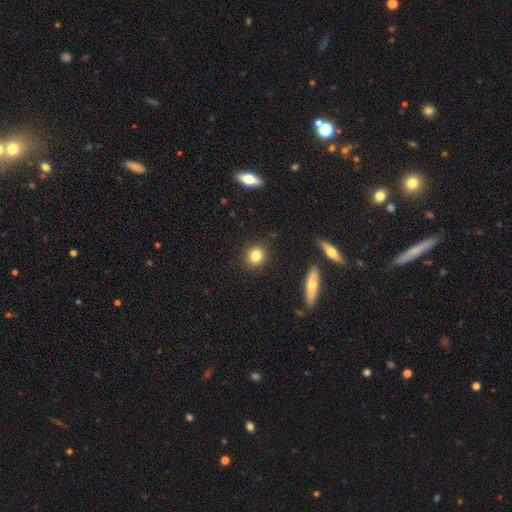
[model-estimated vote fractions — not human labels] smooth-or-featured: smooth: 83% | star or artifact: 9% | featured or disk: 7%
  how-rounded: round: 83% | in between: 15% | cigar-shaped: 2%
  merging: none: 90% | minor disturbance: 6% | major disturbance: 2% | merger: 2%